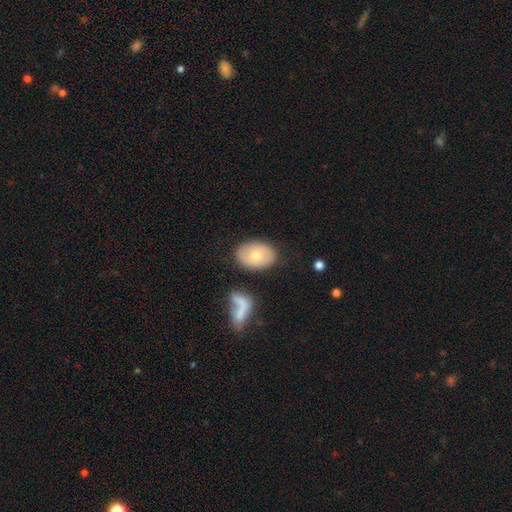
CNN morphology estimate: Smooth or featured? Predicted: smooth (p=0.65). How rounded? Predicted: in between (p=0.82). Merging? Predicted: none (p=0.80).